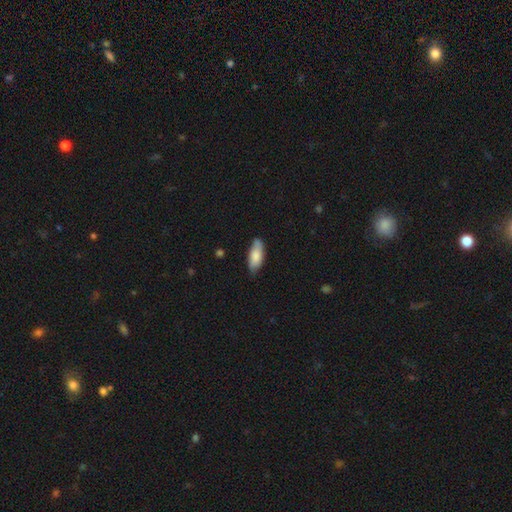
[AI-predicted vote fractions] A smooth galaxy with no disk features (80%) that is in between round and cigar-shaped (80%). Merging: none (71%).